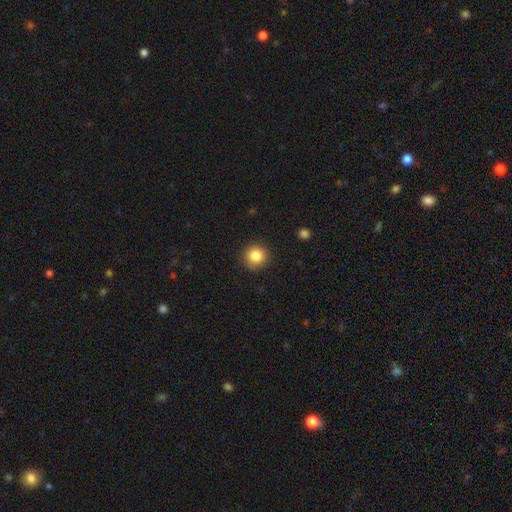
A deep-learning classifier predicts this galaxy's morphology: This is clearly a smooth galaxy (84%). How rounded: clearly round (93%). Merging: clearly none (88%).